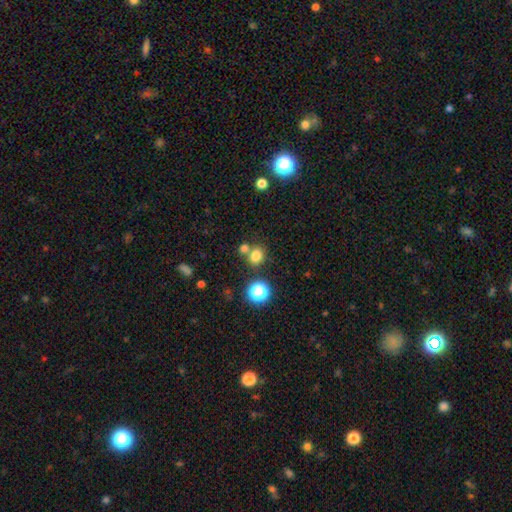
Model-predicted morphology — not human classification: This appears to be a smooth galaxy with no disk features (77%) that is round (72%). Merging: none (63%).